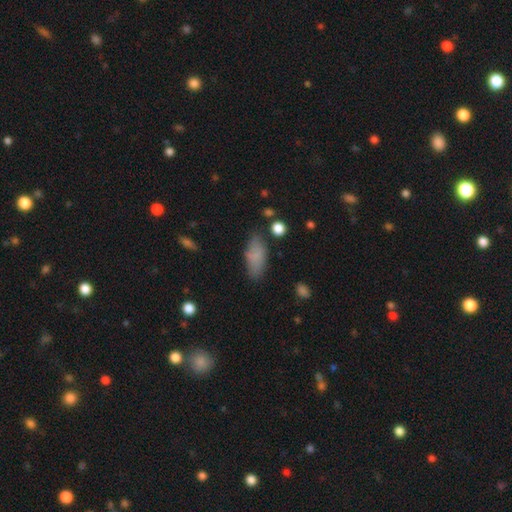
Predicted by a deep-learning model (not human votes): Smooth or featured: smooth — 80% (featured or disk — 11%)
How rounded: in between — 83% (cigar-shaped — 14%)
Merging: none — 73% (minor disturbance — 19%)